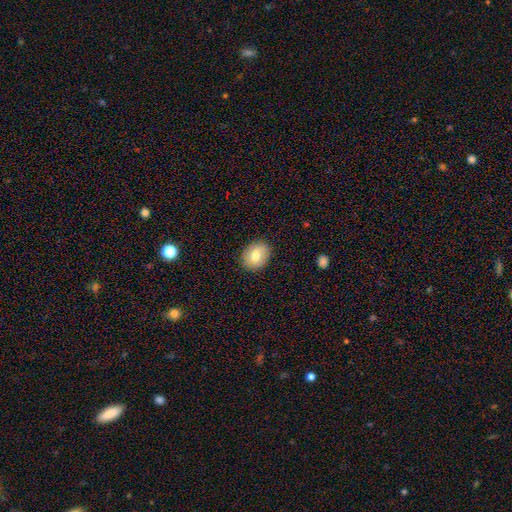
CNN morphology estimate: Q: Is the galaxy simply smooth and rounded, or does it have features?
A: smooth — 76%.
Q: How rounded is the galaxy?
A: in between — 53%.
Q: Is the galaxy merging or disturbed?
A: none — 88%.